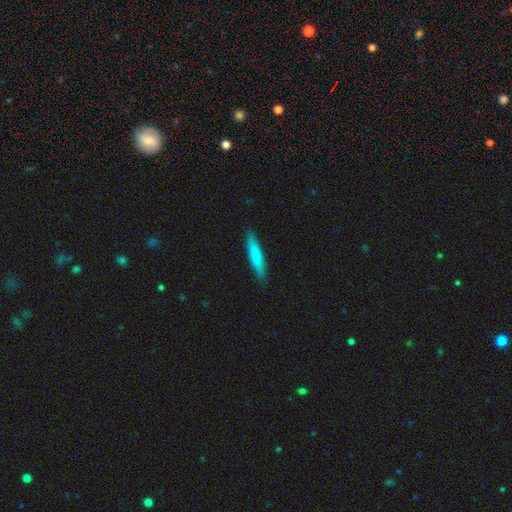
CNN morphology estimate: smooth-or-featured: smooth: 78% | featured or disk: 16% | star or artifact: 5%
  how-rounded: cigar-shaped: 90% | in between: 8% | round: 1%
  merging: none: 89% | minor disturbance: 8% | major disturbance: 2% | merger: 1%